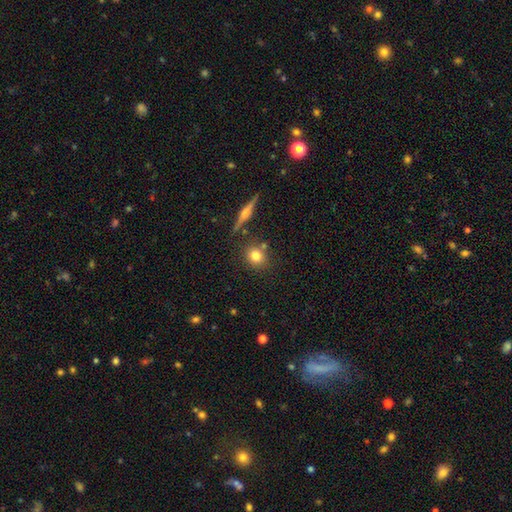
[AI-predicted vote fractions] A smooth galaxy with no disk features (76%) that is round (79%). Merging: none (77%).